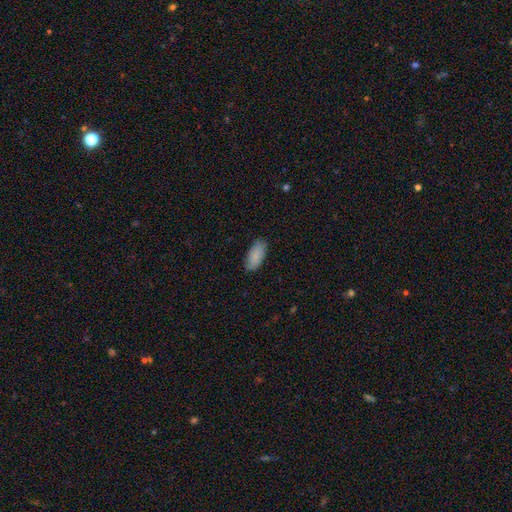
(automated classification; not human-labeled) This appears to be a smooth galaxy with no disk features (86%) that is in between round and cigar-shaped (91%). Merging: none (83%).